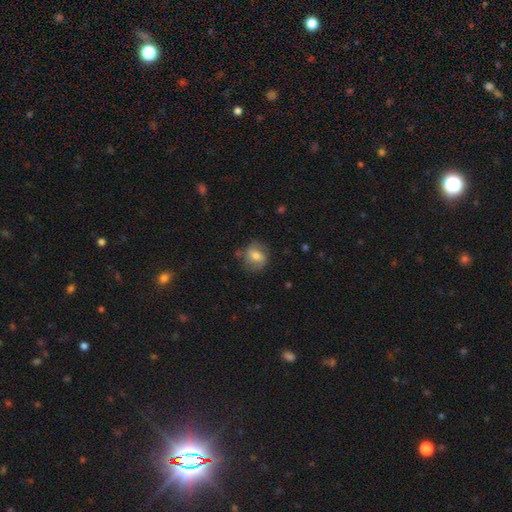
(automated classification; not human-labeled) smooth-or-featured: smooth: 67% | featured or disk: 25% | star or artifact: 8%
  how-rounded: round: 70% | in between: 28% | cigar-shaped: 1%
  merging: none: 72% | minor disturbance: 19% | major disturbance: 7% | merger: 2%